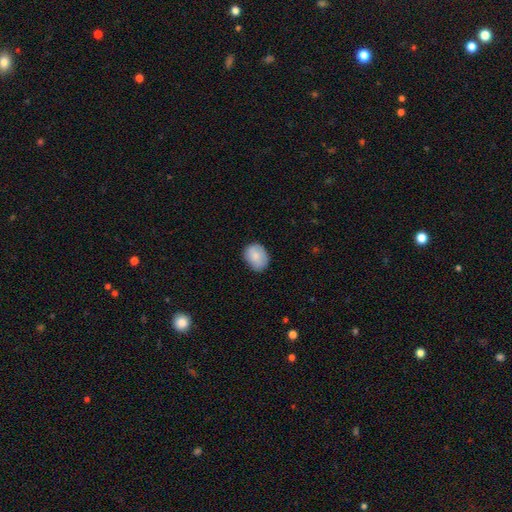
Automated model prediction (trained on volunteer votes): Smooth or featured: smooth — 83% (featured or disk — 10%)
How rounded: in between — 55% (round — 44%)
Merging: none — 74% (minor disturbance — 21%)